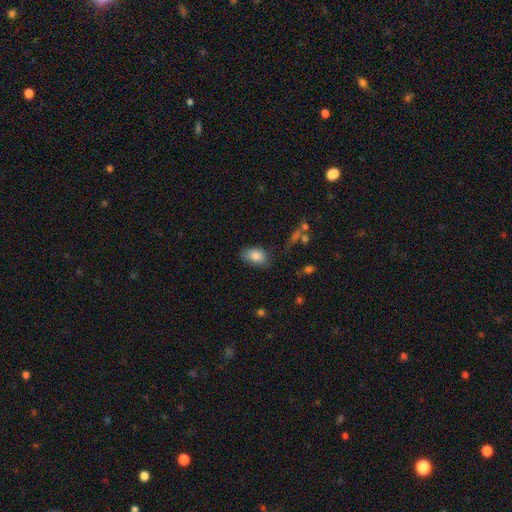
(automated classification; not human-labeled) Q: Smooth or featured?
A: smooth (86%); runner-up: star or artifact (8%)
Q: How rounded?
A: in between (88%); runner-up: round (10%)
Q: Merging?
A: none (72%); runner-up: minor disturbance (21%)